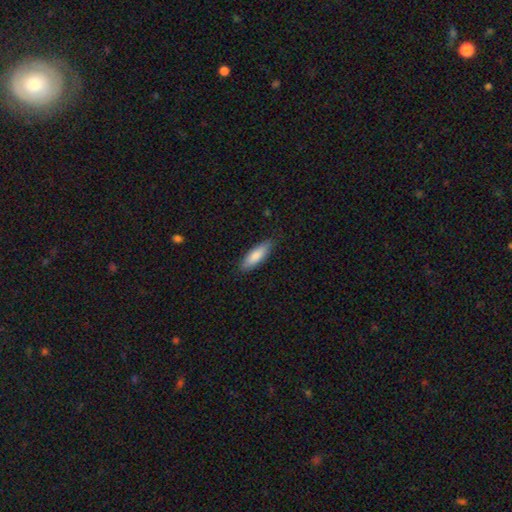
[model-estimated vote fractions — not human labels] A smooth galaxy with no disk features (83%) that is in between round and cigar-shaped (54%). Merging: none (85%).